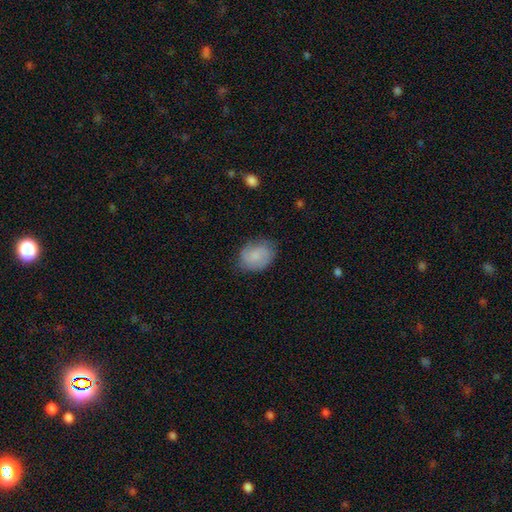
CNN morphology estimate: A smooth galaxy with no disk features (56%) that is in between round and cigar-shaped (63%). Merging: none (74%).